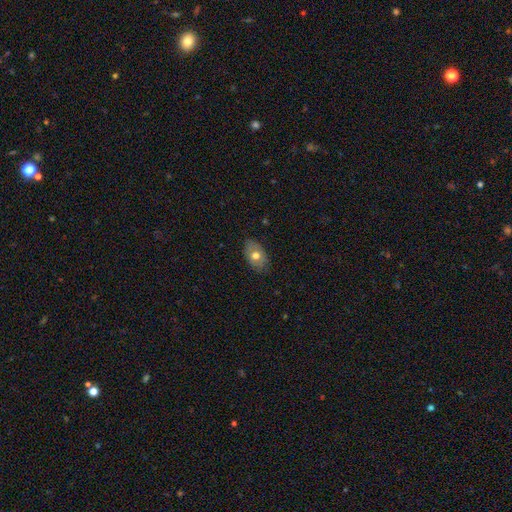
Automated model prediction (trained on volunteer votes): Smooth or featured? smooth (67%)
How rounded? in between (86%)
Merging? none (80%)